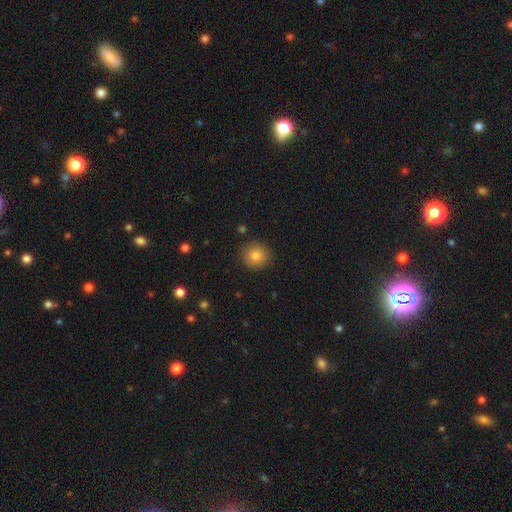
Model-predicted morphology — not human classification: A smooth galaxy with no disk features (82%) that is round (91%). Merging: none (89%).